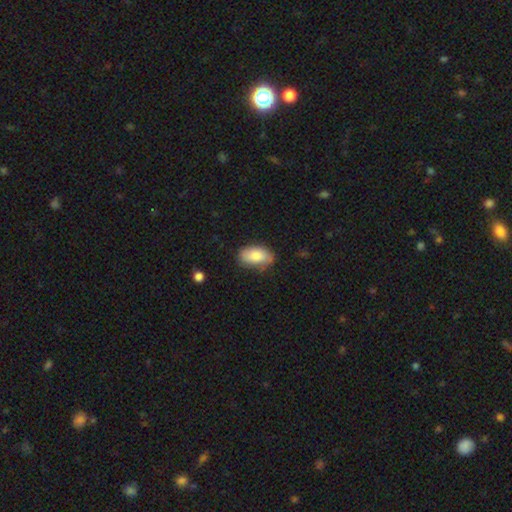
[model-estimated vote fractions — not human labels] smooth-or-featured: smooth: 84% | featured or disk: 10% | star or artifact: 6%
  how-rounded: in between: 93% | round: 4% | cigar-shaped: 3%
  merging: none: 73% | minor disturbance: 21% | major disturbance: 4% | merger: 2%